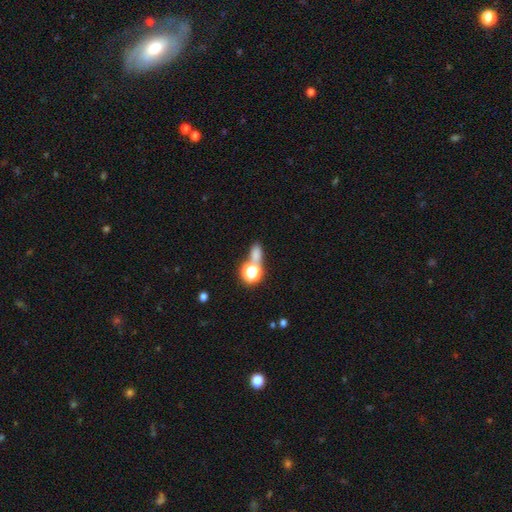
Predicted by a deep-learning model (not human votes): Q: Smooth or featured?
A: smooth (64%); runner-up: star or artifact (28%)
Q: How rounded?
A: in between (57%); runner-up: round (37%)
Q: Merging?
A: none (52%); runner-up: merger (32%)